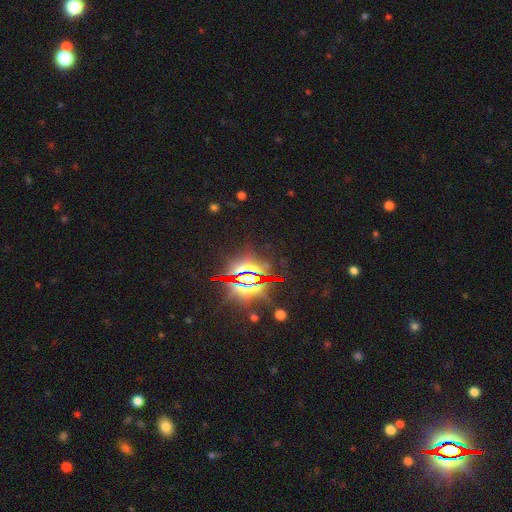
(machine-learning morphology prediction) This is clearly a star or artifact rather than a galaxy (85%).